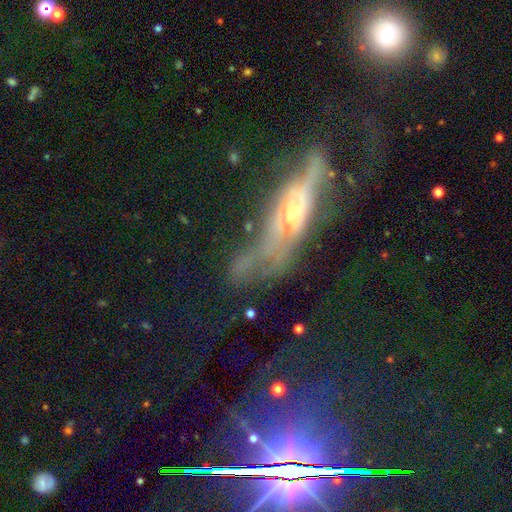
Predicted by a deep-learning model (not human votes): A featured or disk galaxy (70%) viewed edge-on (53%). Merging: none (42%).